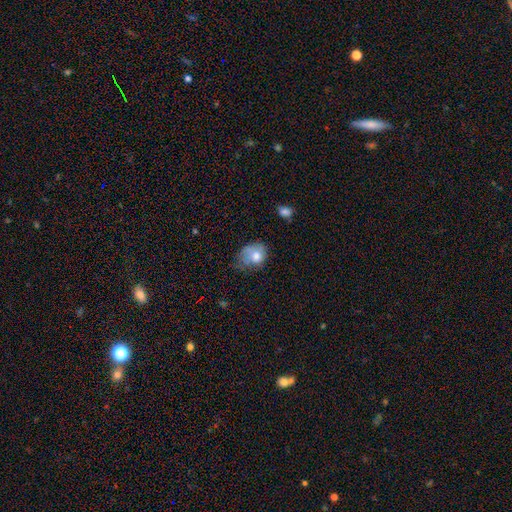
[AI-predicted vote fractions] A smooth galaxy with no disk features (71%) that is in between round and cigar-shaped (56%). Merging: minor disturbance (39%).